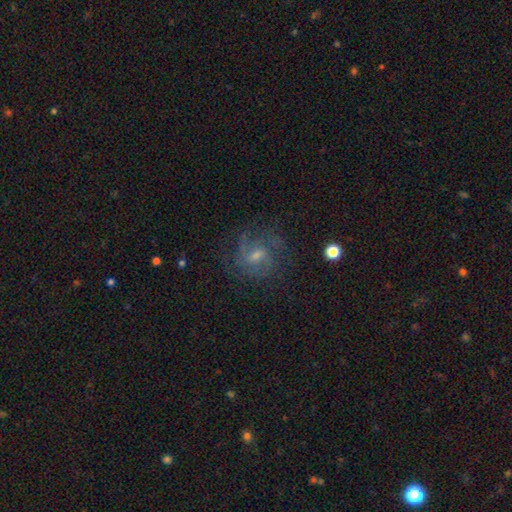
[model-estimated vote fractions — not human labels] featured or disk 69%, smooth 21%, star or artifact 10%. Down the decision tree: edge-on disk — no (97%); bar — weak (55%); spiral arms — yes (86%); spiral arm count — can't tell (34%); spiral winding — medium (47%); bulge size — small (47%); merging — none (64%).